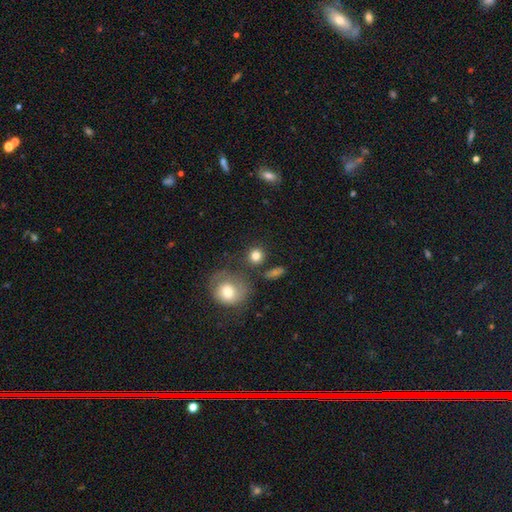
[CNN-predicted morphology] A smooth galaxy with no disk features (82%) that is round (86%). Merging: none (74%).